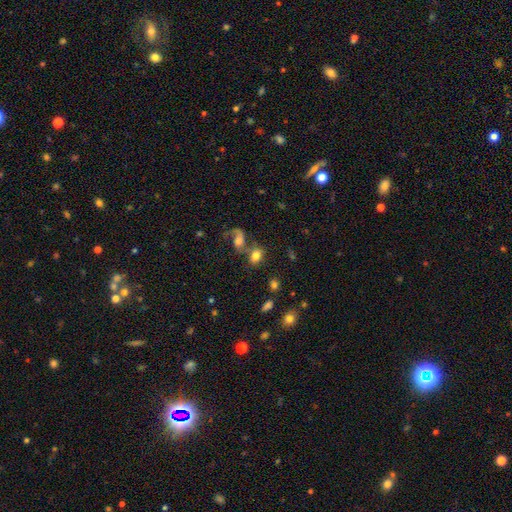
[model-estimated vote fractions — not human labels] Morphology: type=smooth (72%); roundness=in between (69%); merging=none (47%).